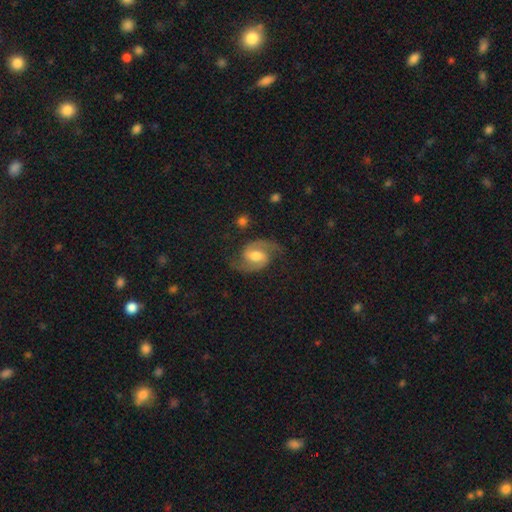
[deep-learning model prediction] A featured or disk galaxy (88%) with a weak bar (52%), 2 (94%) medium (59%) spiral arms (98%) and a moderate central bulge (64%). Merging: none (79%).